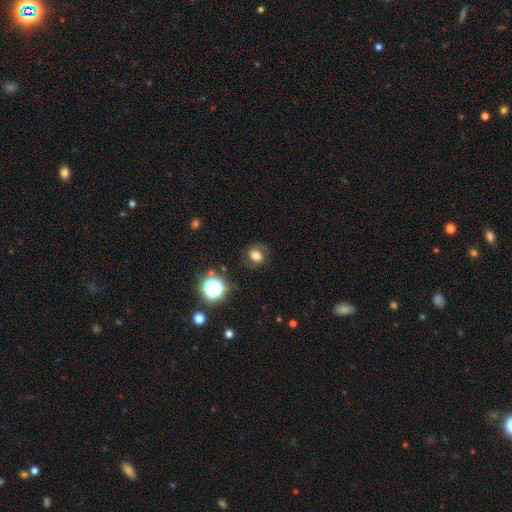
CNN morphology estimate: smooth 56%, featured or disk 28%, star or artifact 16%. Down the decision tree: how rounded — round (60%); merging — none (75%).